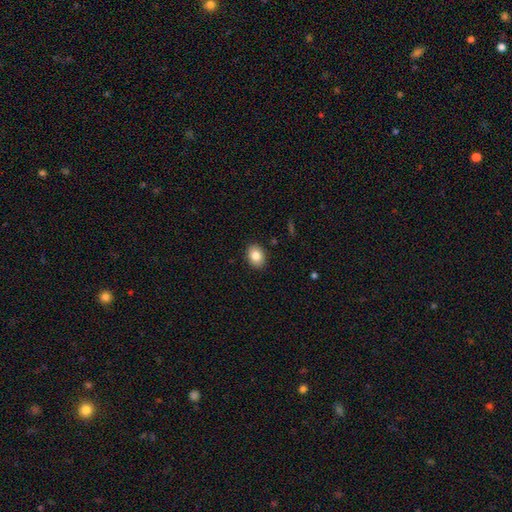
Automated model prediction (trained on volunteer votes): smooth-or-featured: smooth: 84% | star or artifact: 8% | featured or disk: 8%
  how-rounded: in between: 62% | round: 37% | cigar-shaped: 1%
  merging: none: 89% | minor disturbance: 8% | major disturbance: 2% | merger: 1%